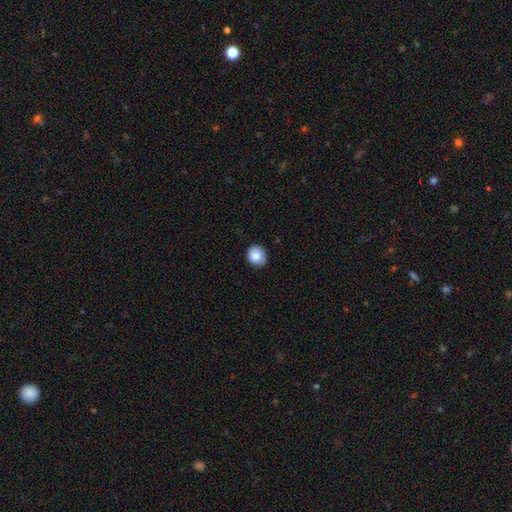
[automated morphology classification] smooth-or-featured: smooth: 86% | star or artifact: 8% | featured or disk: 5%
  how-rounded: round: 74% | in between: 25% | cigar-shaped: 1%
  merging: none: 79% | minor disturbance: 18% | major disturbance: 3% | merger: 1%